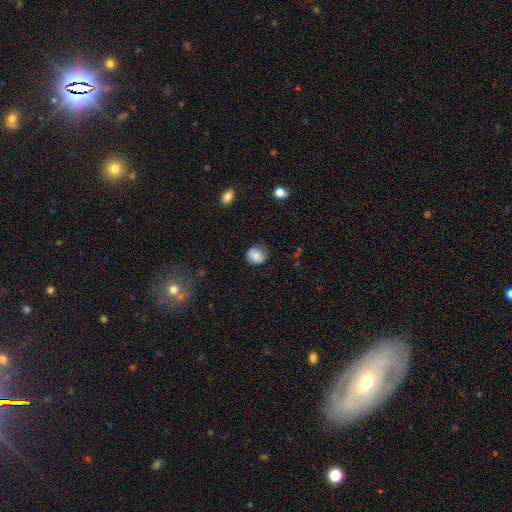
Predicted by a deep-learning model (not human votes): smooth-or-featured: smooth: 74% | featured or disk: 18% | star or artifact: 8%
  how-rounded: round: 80% | in between: 19% | cigar-shaped: 1%
  merging: none: 69% | minor disturbance: 23% | major disturbance: 6% | merger: 1%